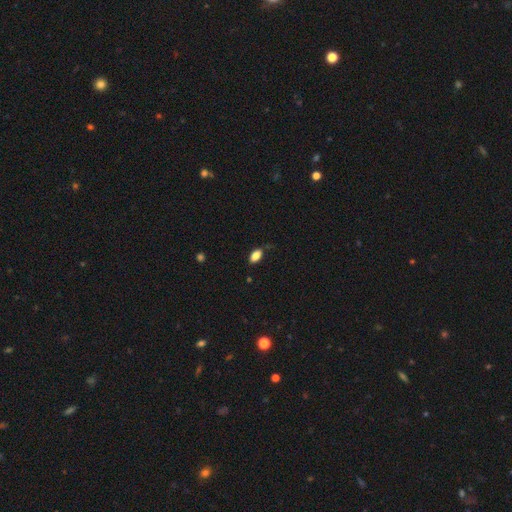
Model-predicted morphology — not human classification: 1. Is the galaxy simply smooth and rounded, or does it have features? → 85% smooth, 9% star or artifact, 7% featured or disk.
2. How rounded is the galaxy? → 91% in between, 5% round, 4% cigar-shaped.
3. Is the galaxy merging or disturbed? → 77% none, 18% minor disturbance, 3% major disturbance, 2% merger.